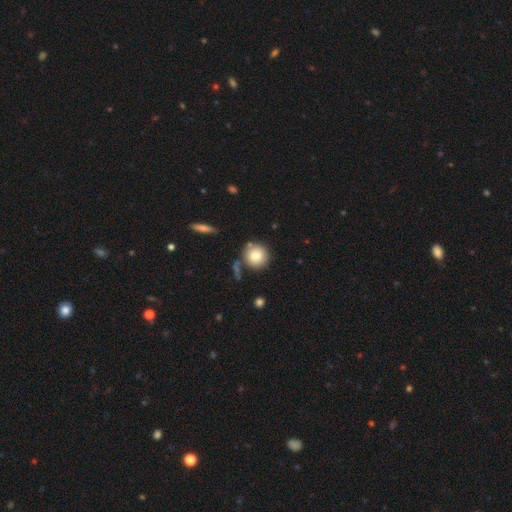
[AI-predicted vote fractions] smooth 81%, featured or disk 10%, star or artifact 9%. Down the decision tree: how rounded — round (93%); merging — none (76%).